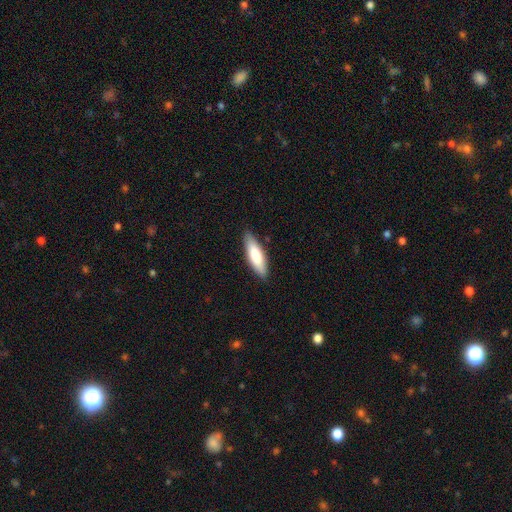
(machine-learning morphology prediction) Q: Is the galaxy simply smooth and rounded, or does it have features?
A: smooth — 77%.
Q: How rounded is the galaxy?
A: cigar-shaped — 51%.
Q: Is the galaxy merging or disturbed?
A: none — 86%.